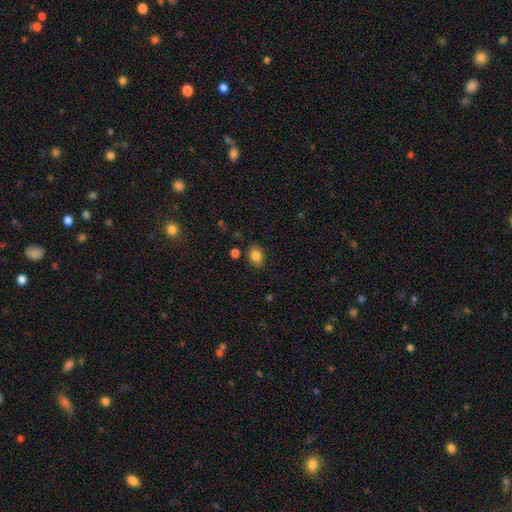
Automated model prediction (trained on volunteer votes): A smooth galaxy with no disk features (84%) that is in between round and cigar-shaped (65%). Merging: none (84%).